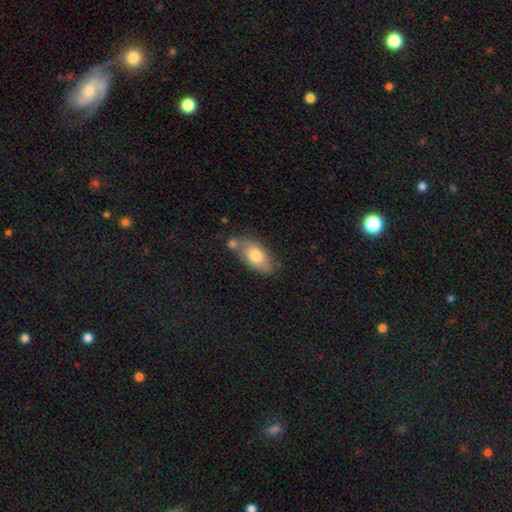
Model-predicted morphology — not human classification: This is likely a smooth galaxy (72%). How rounded: clearly in between (91%). Merging: possibly none (56%).